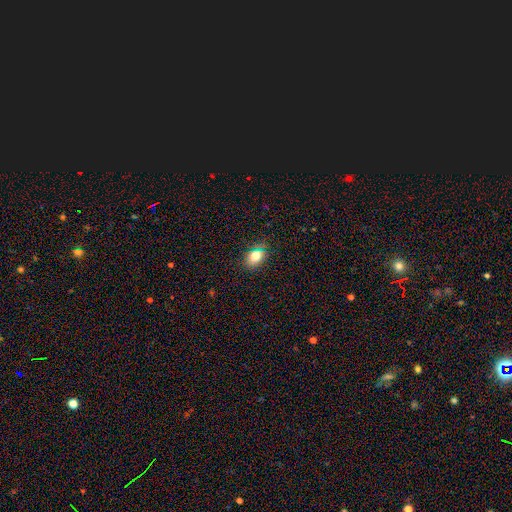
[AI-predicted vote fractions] A smooth galaxy with no disk features (77%) that is in between round and cigar-shaped (69%).

Vote fractions:
- Smooth or featured? smooth: 77% / star or artifact: 14% / featured or disk: 10%
- How rounded? in between: 69% / round: 29% / cigar-shaped: 2%
- Merging? none: 84% / minor disturbance: 12% / major disturbance: 3% / merger: 1%